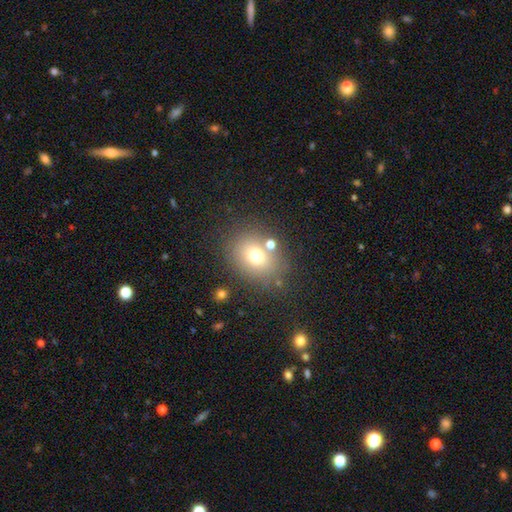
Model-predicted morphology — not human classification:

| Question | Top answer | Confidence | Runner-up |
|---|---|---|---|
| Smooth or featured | smooth | 70% | star or artifact (15%) |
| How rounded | round | 52% | in between (47%) |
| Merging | none | 72% | minor disturbance (12%) |